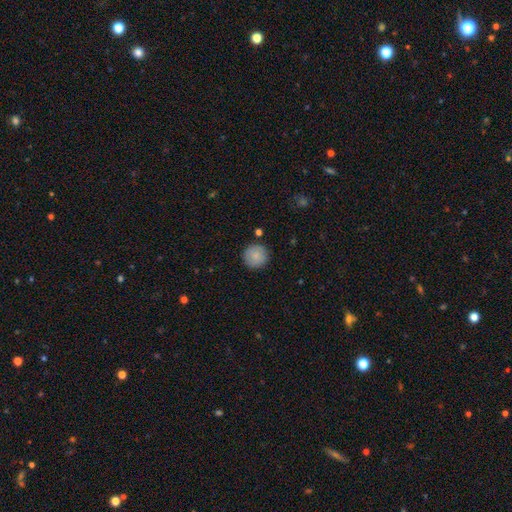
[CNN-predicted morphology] type=smooth (86%); roundness=round (95%); merging=none (88%).